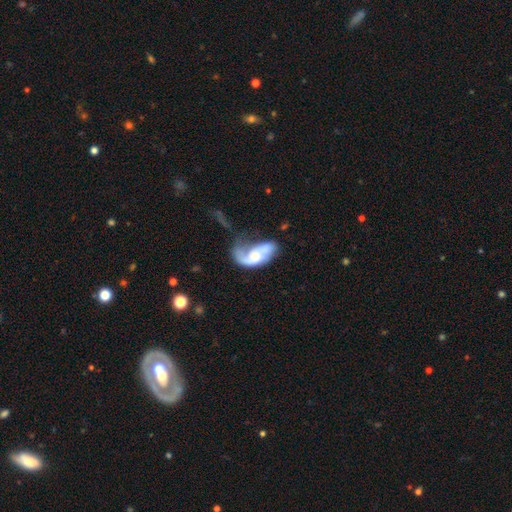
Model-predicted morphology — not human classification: Overall: featured or disk (59%; smooth 35%). Edge-on disk: no (95%). Bar: no (69%). Spiral arms: yes (73%). Bulge size: moderate (40%; small 31%). Merging: major disturbance (40%; merger 21%).